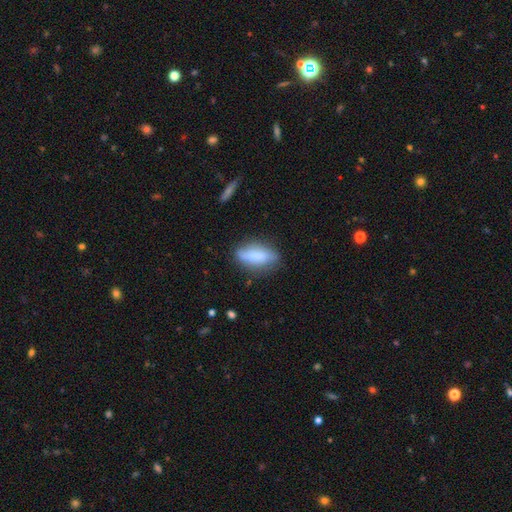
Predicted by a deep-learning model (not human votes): Morphology: type=smooth (73%); roundness=in between (67%); merging=none (72%).